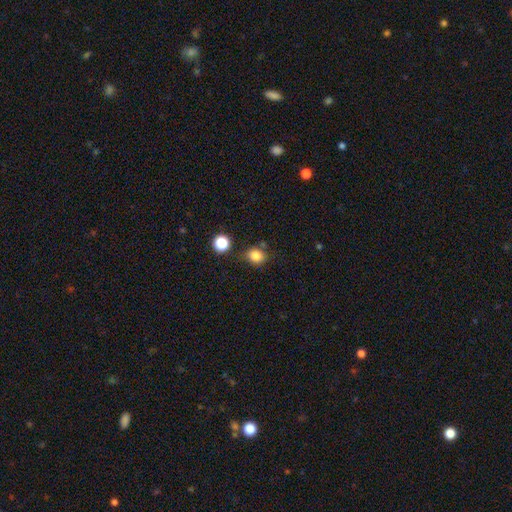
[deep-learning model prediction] Morphology: type=smooth (83%); roundness=round (69%); merging=none (75%).